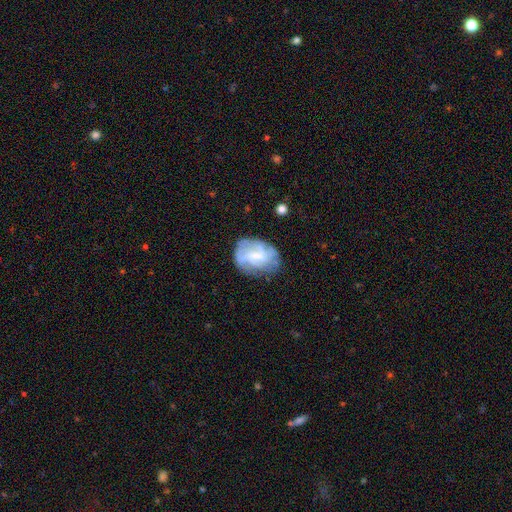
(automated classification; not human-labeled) Smooth or featured: featured or disk — 60% (smooth — 31%)
Edge-on disk: no — 97% (yes — 3%)
Bar: weak — 45% (no — 41%)
Spiral arms: yes — 71% (no — 29%)
Bulge size: small — 40% (none — 30%)
Merging: none — 63% (minor disturbance — 22%)